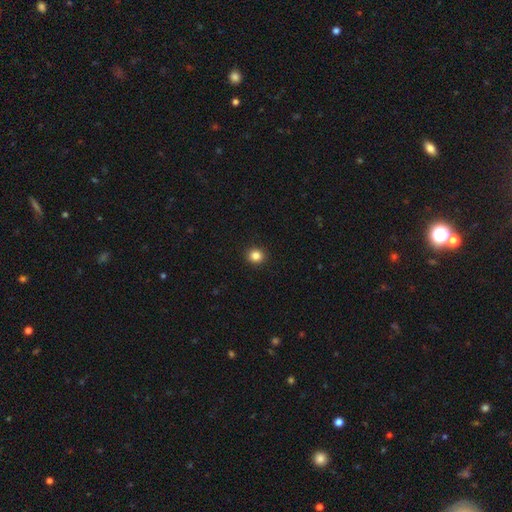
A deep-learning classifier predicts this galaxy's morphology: smooth_or_featured: smooth (p=0.85) [alt: star or artifact p=0.11]
how_rounded: round (p=0.88) [alt: in between p=0.11]
merging: none (p=0.93) [alt: minor disturbance p=0.05]